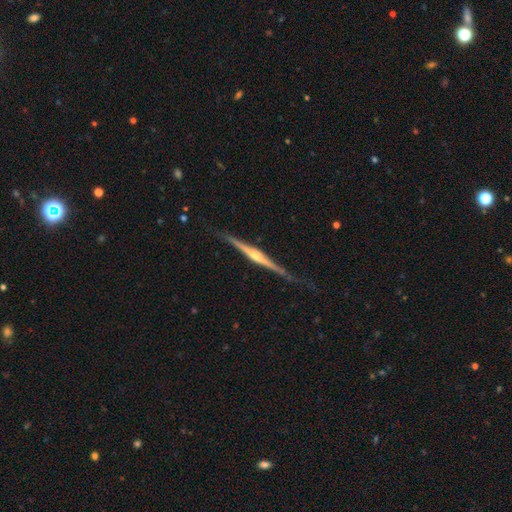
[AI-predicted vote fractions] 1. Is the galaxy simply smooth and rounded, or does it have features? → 85% featured or disk, 10% smooth, 5% star or artifact.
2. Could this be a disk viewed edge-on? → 98% yes, 2% no.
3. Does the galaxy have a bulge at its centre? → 86% rounded, 8% none, 6% boxy.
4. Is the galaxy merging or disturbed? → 82% none, 14% minor disturbance, 3% major disturbance, 1% merger.